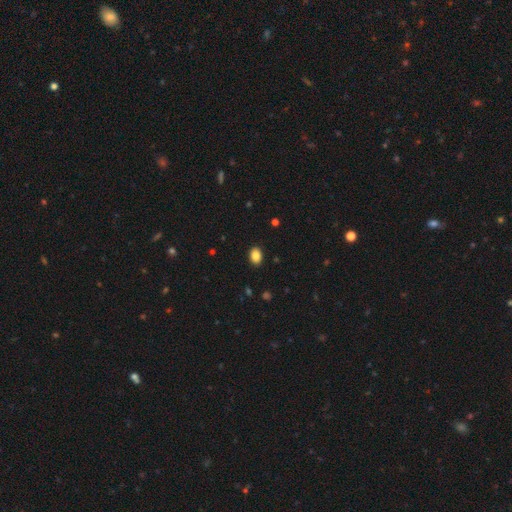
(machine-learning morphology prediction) This appears to be a smooth galaxy with no disk features (86%) that is in between round and cigar-shaped (77%). Merging: none (90%).